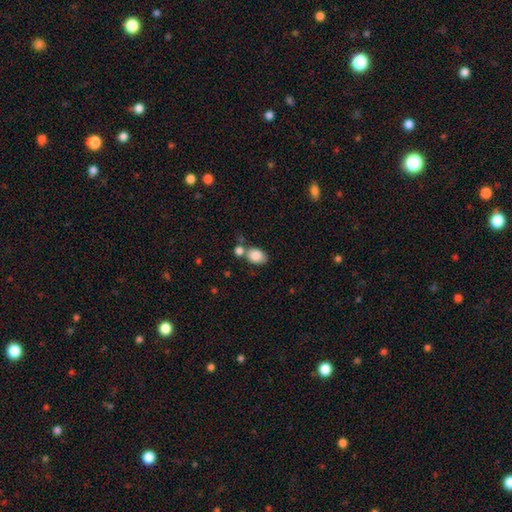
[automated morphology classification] smooth 85%, star or artifact 8%, featured or disk 7%. Down the decision tree: how rounded — in between (80%); merging — none (53%).